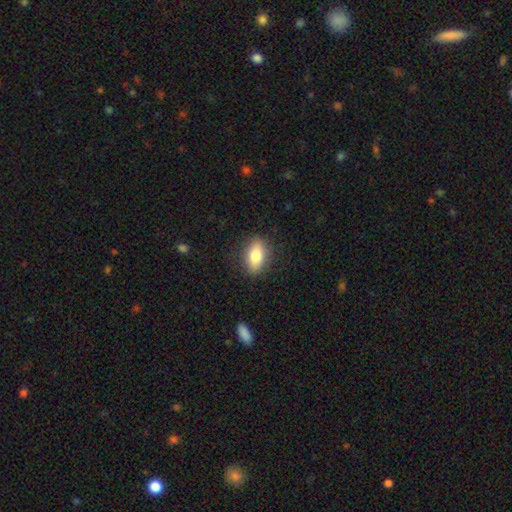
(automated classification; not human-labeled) A smooth galaxy with no disk features (77%) that is in between round and cigar-shaped (82%). Merging: none (85%).